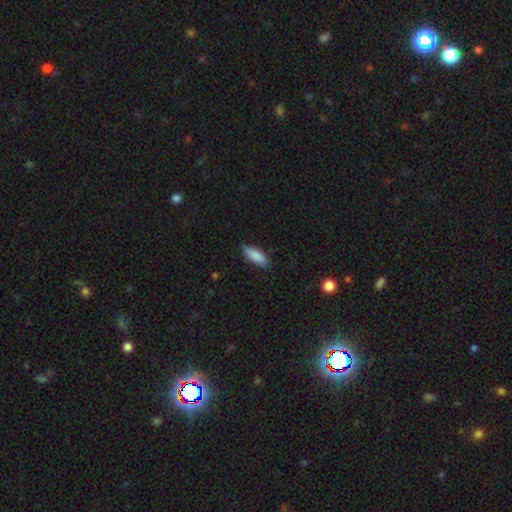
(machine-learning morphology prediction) This appears to be a smooth galaxy with no disk features (85%) that is in between round and cigar-shaped (72%). Merging: none (76%).